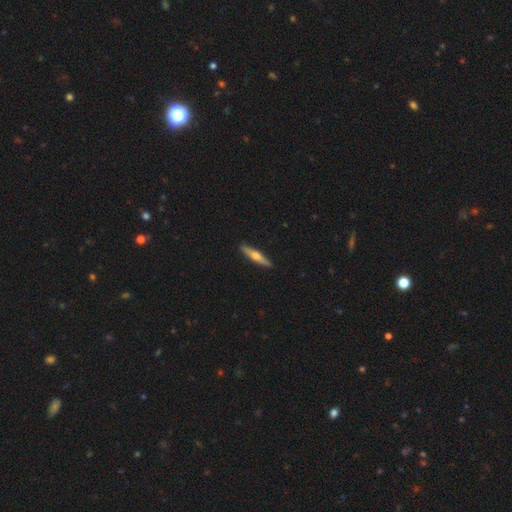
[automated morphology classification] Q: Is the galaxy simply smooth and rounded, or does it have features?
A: featured or disk — 52%.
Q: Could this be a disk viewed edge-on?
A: yes — 95%.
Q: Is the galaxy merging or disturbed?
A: none — 91%.